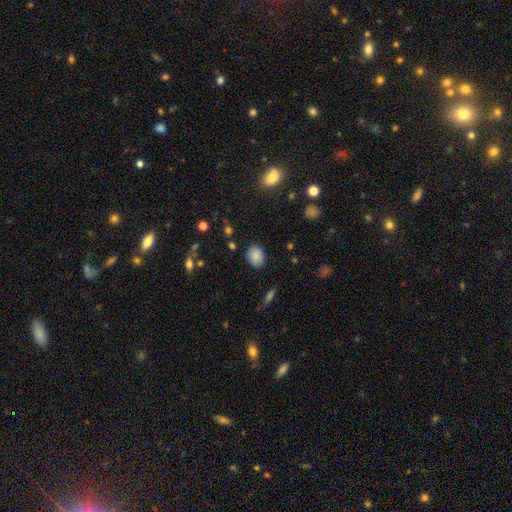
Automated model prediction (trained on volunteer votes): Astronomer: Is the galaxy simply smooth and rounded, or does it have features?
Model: smooth — 85%.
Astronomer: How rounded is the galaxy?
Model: in between — 58% (runner-up: round, 41%).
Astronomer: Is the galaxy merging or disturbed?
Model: none — 85%.